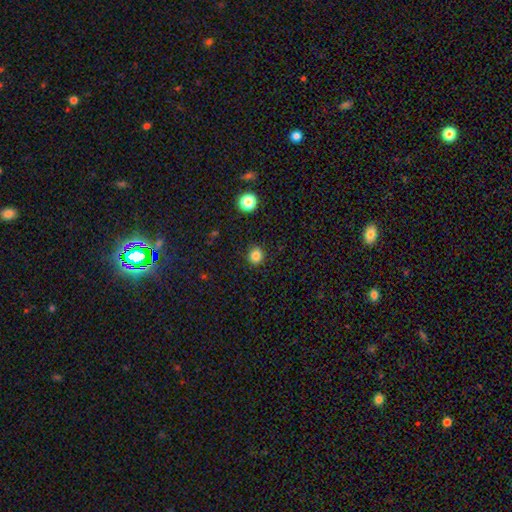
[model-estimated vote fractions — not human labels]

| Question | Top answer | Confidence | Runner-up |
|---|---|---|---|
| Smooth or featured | smooth | 83% | star or artifact (13%) |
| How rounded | round | 88% | in between (11%) |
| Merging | none | 89% | minor disturbance (8%) |